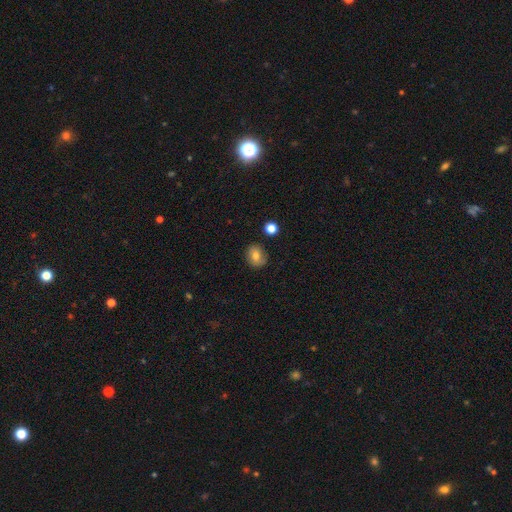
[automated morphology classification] type=smooth (70%); roundness=round (68%); merging=none (76%).